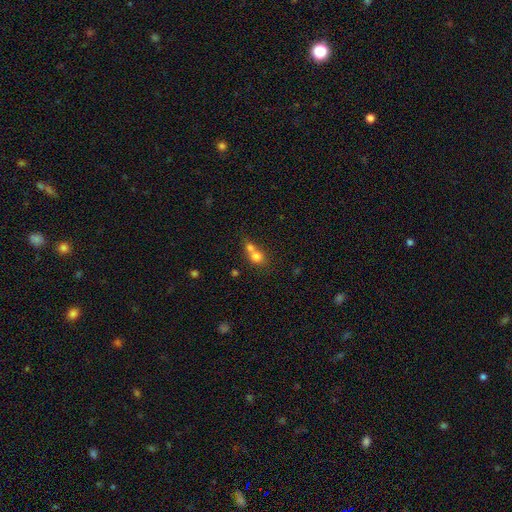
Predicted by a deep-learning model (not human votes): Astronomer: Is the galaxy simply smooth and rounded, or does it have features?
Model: smooth — 75%.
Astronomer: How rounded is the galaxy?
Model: round — 76%.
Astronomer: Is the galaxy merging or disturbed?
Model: merger — 64%.